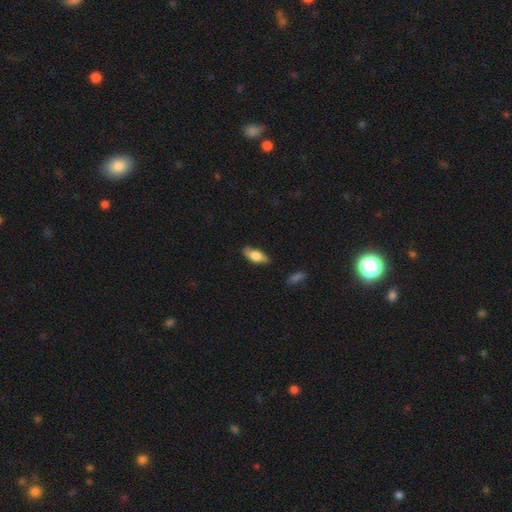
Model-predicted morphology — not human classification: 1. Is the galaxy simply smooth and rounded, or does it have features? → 70% smooth, 24% featured or disk, 6% star or artifact.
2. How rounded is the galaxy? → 78% in between, 19% cigar-shaped, 3% round.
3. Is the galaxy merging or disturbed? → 82% none, 14% minor disturbance, 2% major disturbance, 1% merger.